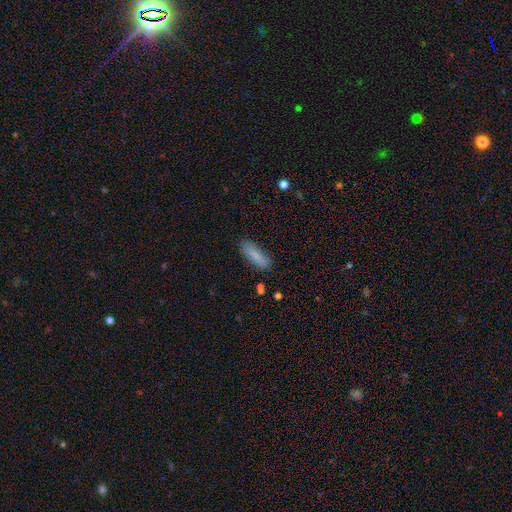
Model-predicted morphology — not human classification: smooth-or-featured: smooth: 83% | featured or disk: 10% | star or artifact: 7%
  how-rounded: in between: 50% | cigar-shaped: 48% | round: 2%
  merging: none: 83% | minor disturbance: 13% | major disturbance: 3% | merger: 2%